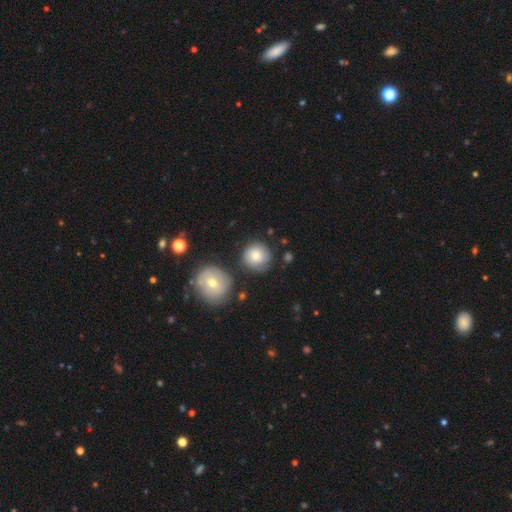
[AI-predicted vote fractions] Smooth or featured? Predicted: smooth (p=0.71). How rounded? Predicted: round (p=0.91). Merging? Predicted: none (p=0.72).